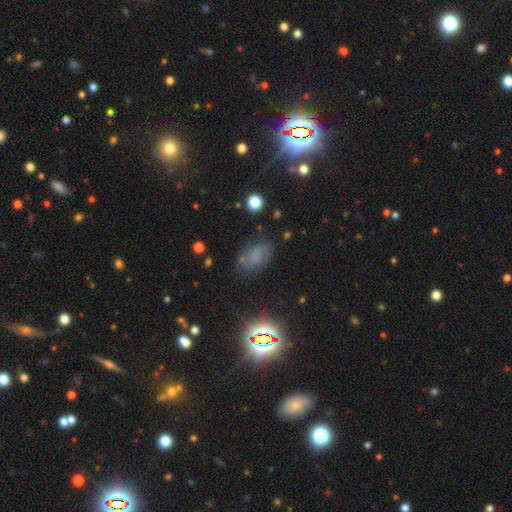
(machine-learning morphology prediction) smooth 55%, star or artifact 24%, featured or disk 21%. Down the decision tree: how rounded — in between (85%); merging — none (67%).